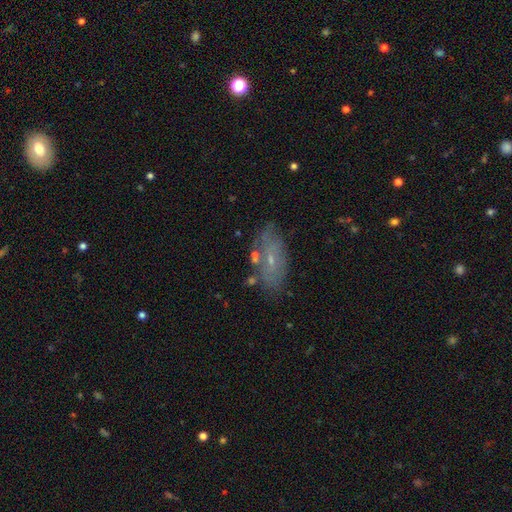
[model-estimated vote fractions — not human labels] smooth-or-featured: featured or disk: 53% | smooth: 38% | star or artifact: 9%
  disk-edge-on: no: 89% | yes: 11%
  merging: none: 62% | minor disturbance: 22% | major disturbance: 8% | merger: 8%